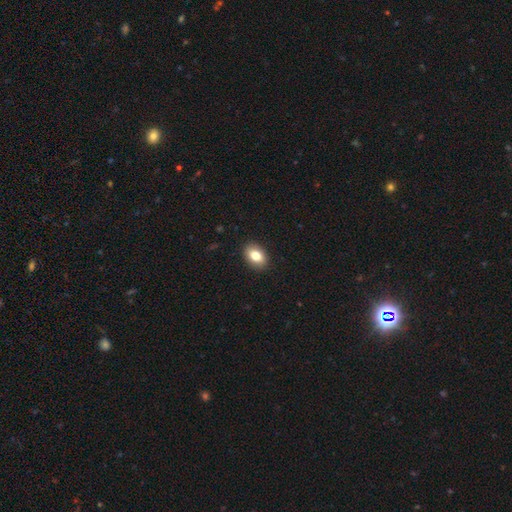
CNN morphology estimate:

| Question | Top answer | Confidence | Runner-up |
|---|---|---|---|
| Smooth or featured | smooth | 82% | featured or disk (10%) |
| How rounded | in between | 82% | round (17%) |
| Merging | none | 90% | minor disturbance (7%) |